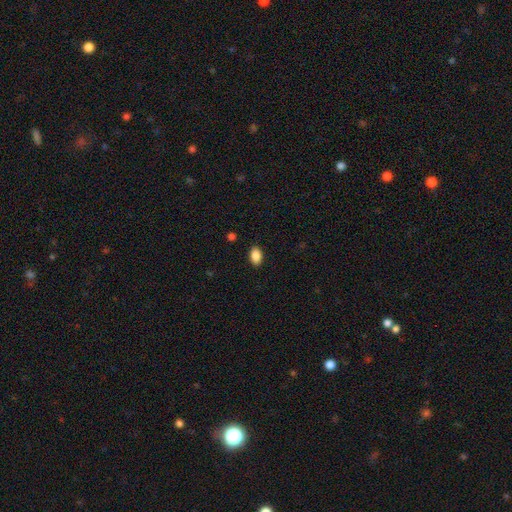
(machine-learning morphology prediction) This appears to be a smooth galaxy with no disk features (88%) that is in between round and cigar-shaped (88%). Merging: none (89%).